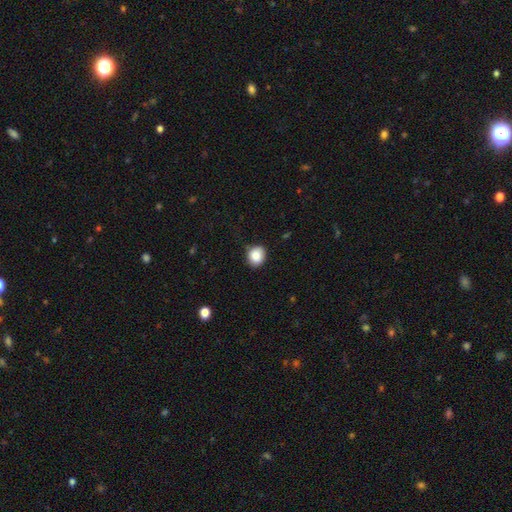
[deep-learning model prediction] Smooth or featured: smooth — 86% (star or artifact — 9%)
How rounded: round — 75% (in between — 24%)
Merging: none — 81% (minor disturbance — 14%)